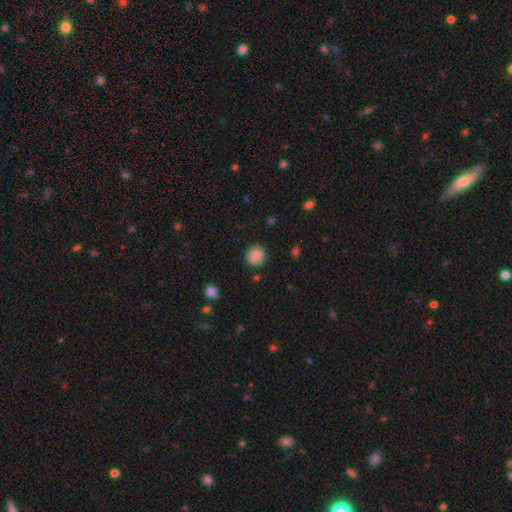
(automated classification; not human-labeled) Morphology: type=smooth (87%); roundness=round (87%); merging=none (88%).